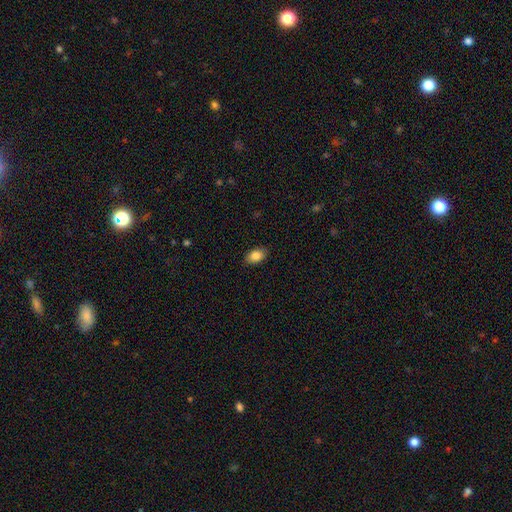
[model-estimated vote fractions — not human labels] Q: Smooth or featured?
A: smooth (86%); runner-up: star or artifact (8%)
Q: How rounded?
A: in between (88%); runner-up: round (10%)
Q: Merging?
A: none (88%); runner-up: minor disturbance (9%)